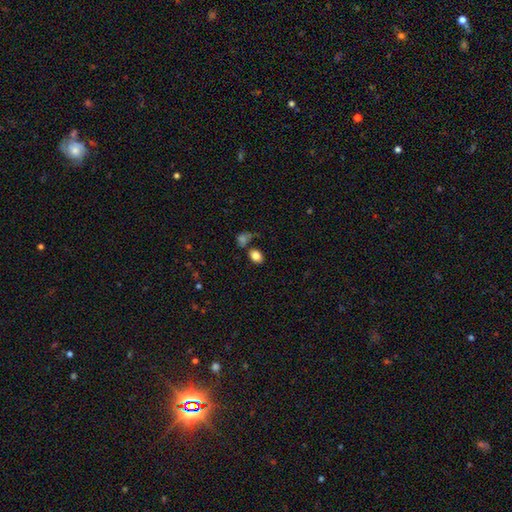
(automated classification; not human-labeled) smooth 83%, star or artifact 10%, featured or disk 6%. Down the decision tree: how rounded — in between (66%); merging — none (72%).